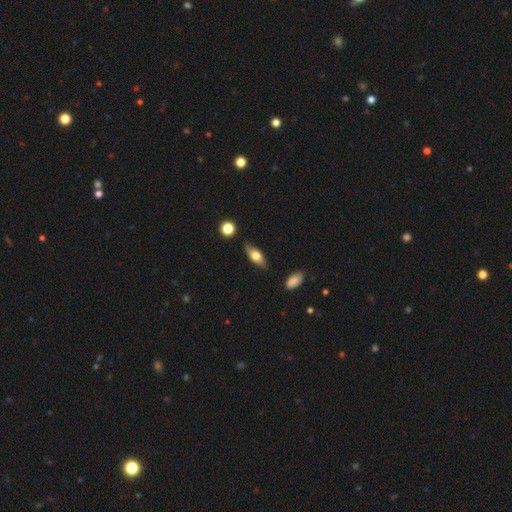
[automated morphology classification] Q: Smooth or featured?
A: smooth (65%); runner-up: featured or disk (28%)
Q: How rounded?
A: in between (73%); runner-up: cigar-shaped (23%)
Q: Merging?
A: none (82%); runner-up: minor disturbance (13%)